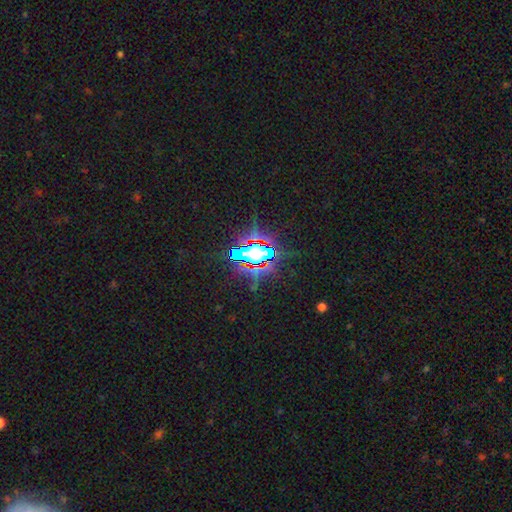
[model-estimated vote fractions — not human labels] A star or artifact, not a galaxy (77%).

Vote fractions:
- Smooth or featured? star or artifact: 77% / smooth: 12% / featured or disk: 11%